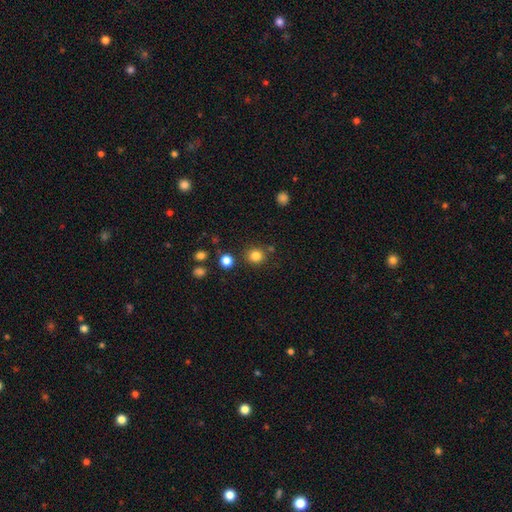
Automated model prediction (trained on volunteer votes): The model was most divided on "smooth or featured": smooth: 83%, star or artifact: 13%, featured or disk: 5%. More confident: how rounded — round (90%); merging — none (83%).